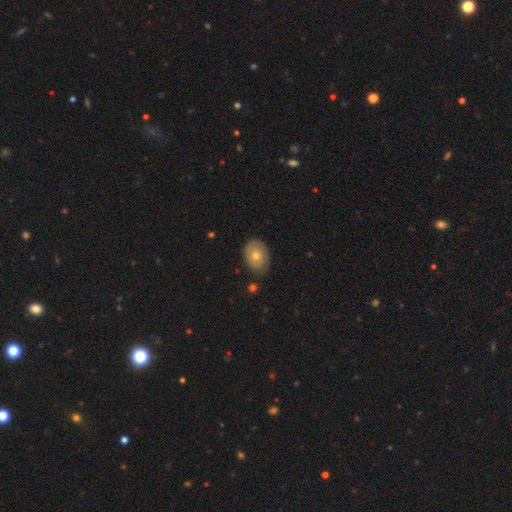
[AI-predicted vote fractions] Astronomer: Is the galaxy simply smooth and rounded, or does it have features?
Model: smooth — 52% (runner-up: featured or disk, 39%).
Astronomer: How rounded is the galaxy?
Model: in between — 68%.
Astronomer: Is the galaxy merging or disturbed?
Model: none — 81%.